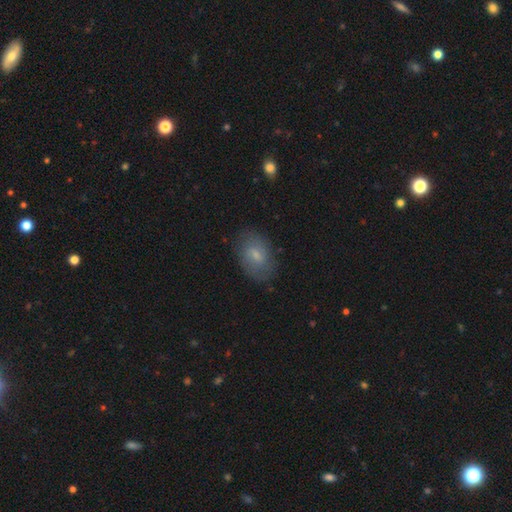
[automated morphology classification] type=smooth (56%); roundness=in between (82%); merging=none (79%).